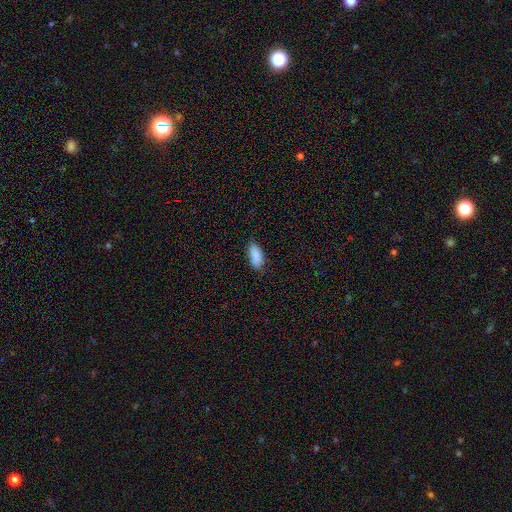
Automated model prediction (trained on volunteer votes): smooth_or_featured: smooth (p=0.89) [alt: star or artifact p=0.07]
how_rounded: in between (p=0.86) [alt: cigar-shaped p=0.12]
merging: none (p=0.82) [alt: minor disturbance p=0.14]